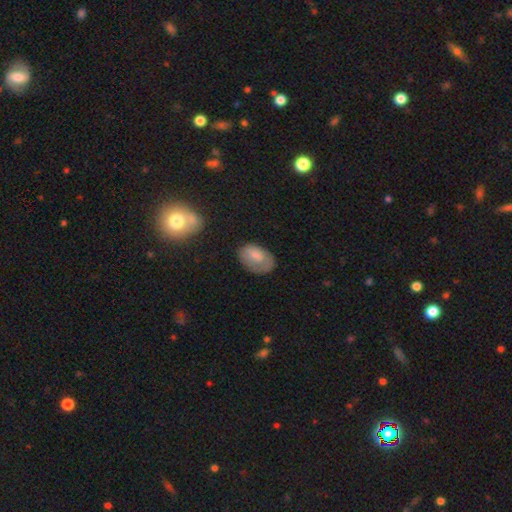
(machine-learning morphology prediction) Smooth or featured? Predicted: smooth (p=0.68). How rounded? Predicted: in between (p=0.85). Merging? Predicted: none (p=0.54).